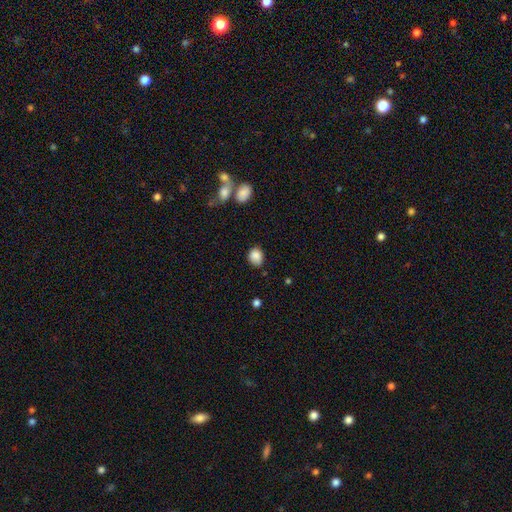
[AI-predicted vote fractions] A smooth galaxy with no disk features (86%) that is in between round and cigar-shaped (50%). Merging: none (70%).